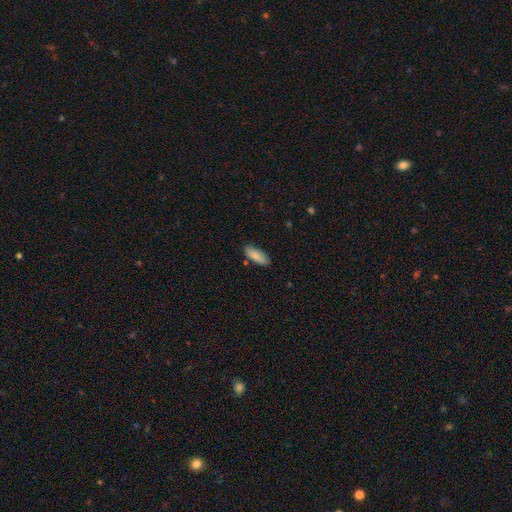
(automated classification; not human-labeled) smooth 85%, featured or disk 9%, star or artifact 6%. Down the decision tree: how rounded — in between (74%); merging — none (84%).